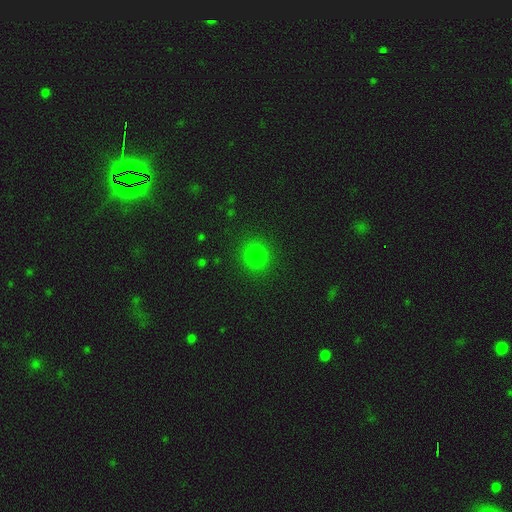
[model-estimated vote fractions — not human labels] Smooth or featured? Predicted: smooth (p=0.80). How rounded? Predicted: round (p=0.88). Merging? Predicted: none (p=0.89).